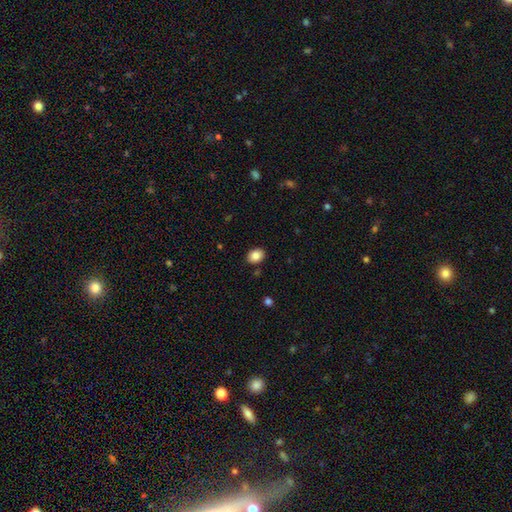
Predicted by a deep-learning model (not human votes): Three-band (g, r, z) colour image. It shows a smooth galaxy with no disk features (86%) that is in between round and cigar-shaped (64%). Merging: none (88%).